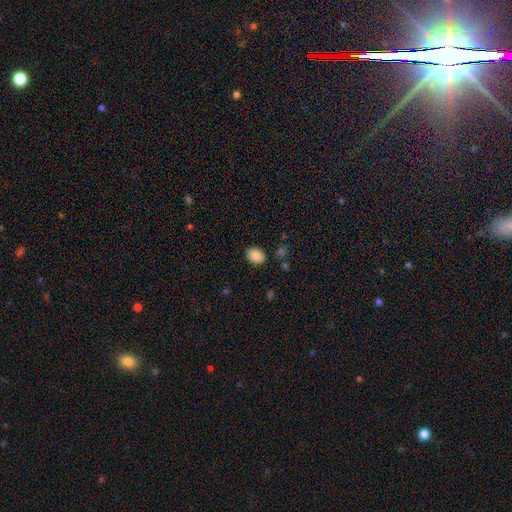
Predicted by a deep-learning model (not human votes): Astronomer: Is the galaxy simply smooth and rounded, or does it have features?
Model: smooth — 87%.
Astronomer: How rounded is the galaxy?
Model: in between — 63%.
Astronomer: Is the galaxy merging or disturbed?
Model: none — 85%.